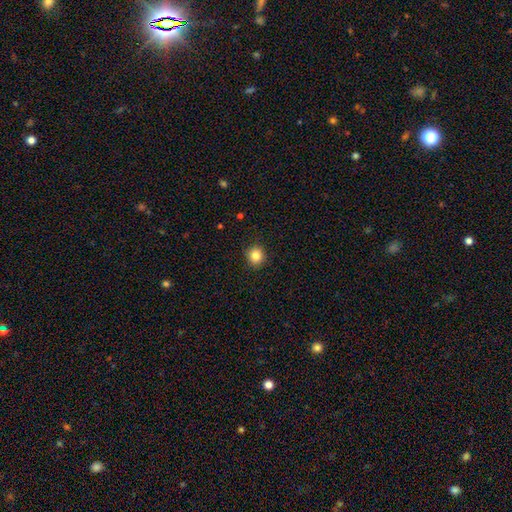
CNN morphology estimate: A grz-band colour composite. It shows a smooth galaxy with no disk features (84%) that is round (87%). Merging: none (91%).